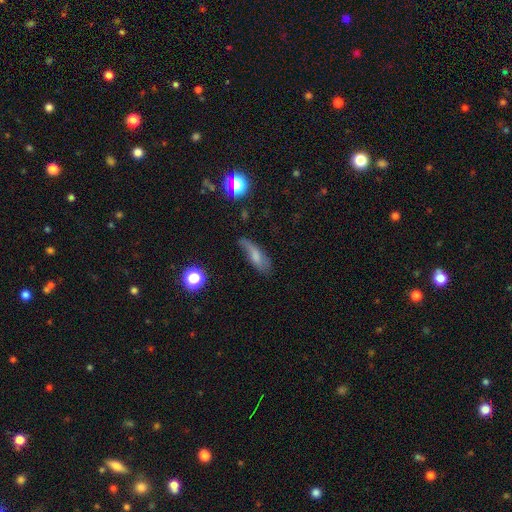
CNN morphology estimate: This is possibly a smooth galaxy (57%). How rounded: possibly in between (58%). Merging: marginally none (43%).